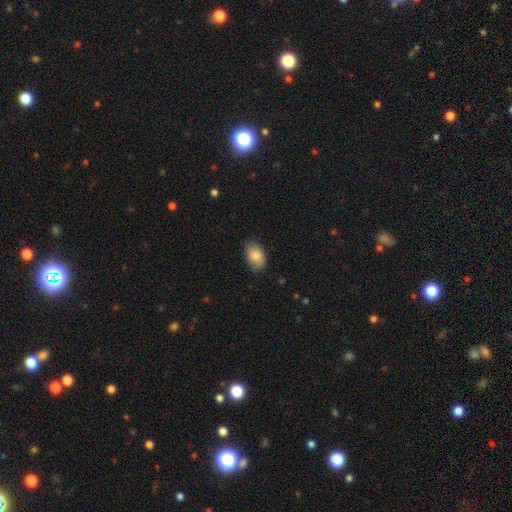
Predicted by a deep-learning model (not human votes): Smooth or featured? Predicted: smooth (p=0.85). How rounded? Predicted: in between (p=0.89). Merging? Predicted: none (p=0.81).